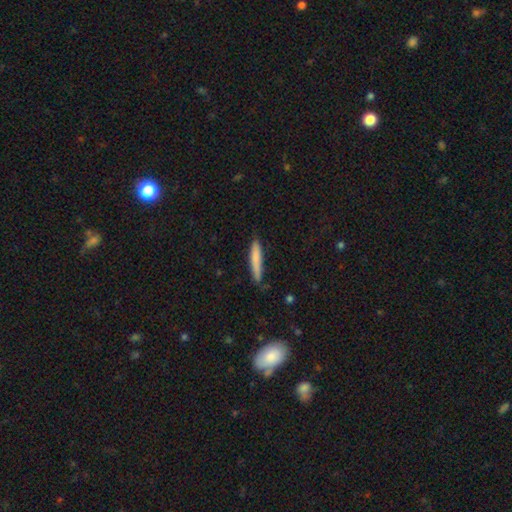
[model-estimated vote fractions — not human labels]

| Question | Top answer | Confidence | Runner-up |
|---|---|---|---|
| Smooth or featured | smooth | 78% | featured or disk (16%) |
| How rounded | cigar-shaped | 93% | in between (6%) |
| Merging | none | 80% | minor disturbance (16%) |